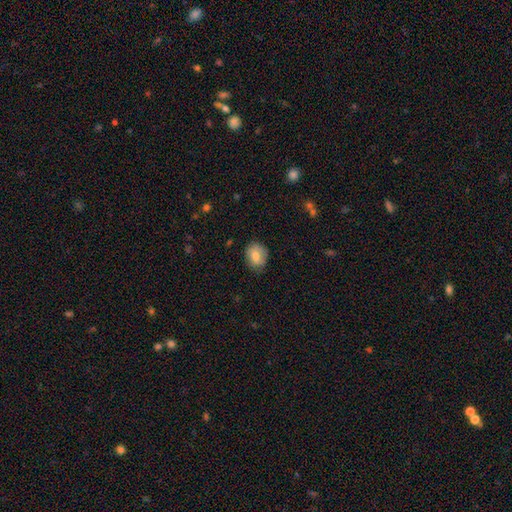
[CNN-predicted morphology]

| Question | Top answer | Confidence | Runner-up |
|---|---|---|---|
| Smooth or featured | smooth | 80% | featured or disk (12%) |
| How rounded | round | 51% | in between (48%) |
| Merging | none | 76% | minor disturbance (19%) |